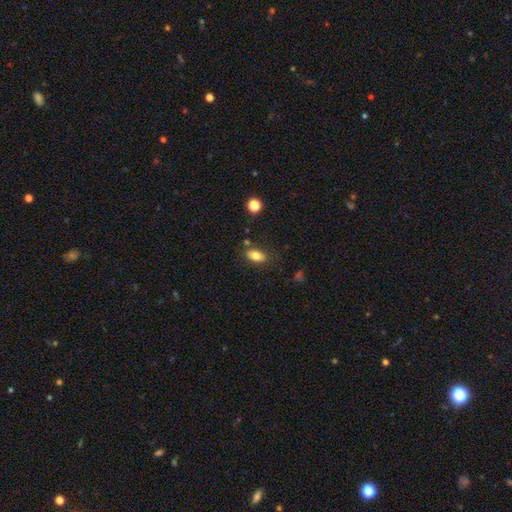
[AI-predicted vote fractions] Overall: smooth (78%). How rounded: in between (88%). Merging: none (75%).